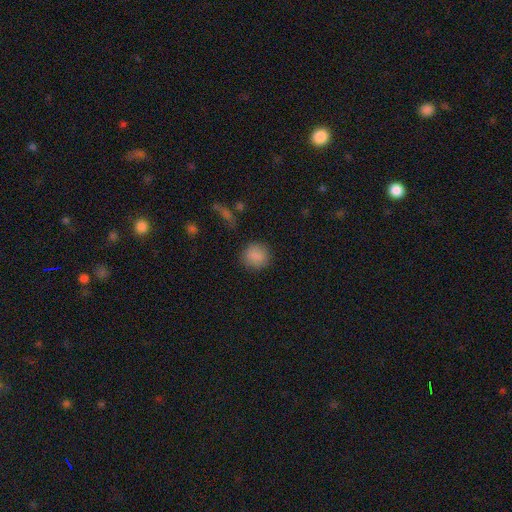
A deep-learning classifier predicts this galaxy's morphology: Smooth or featured? Predicted: smooth (p=0.86). How rounded? Predicted: round (p=0.88). Merging? Predicted: none (p=0.86).